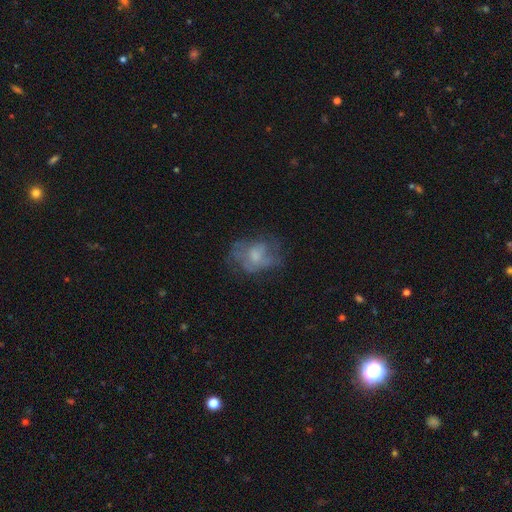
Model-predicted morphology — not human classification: type=featured or disk (47%); merging=none (48%).